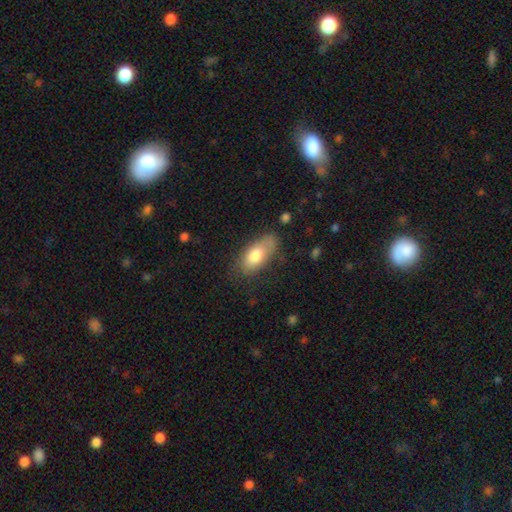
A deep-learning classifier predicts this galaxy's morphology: smooth_or_featured: smooth (p=0.76) [alt: featured or disk p=0.17]
how_rounded: in between (p=0.88) [alt: cigar-shaped p=0.09]
merging: none (p=0.66) [alt: minor disturbance p=0.24]